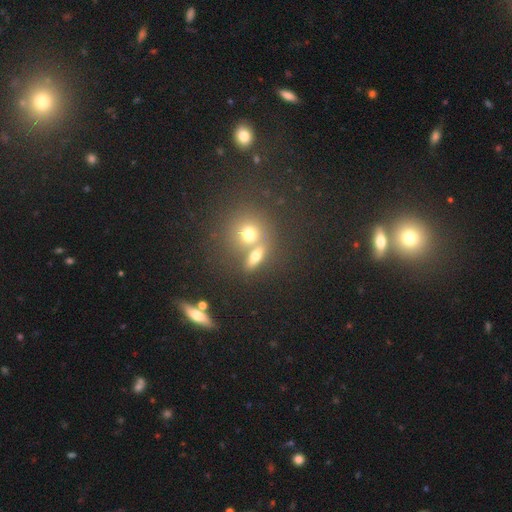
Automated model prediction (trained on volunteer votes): This appears to be a smooth galaxy with no disk features (63%) that is in between round and cigar-shaped (45%). Merging: none (50%).